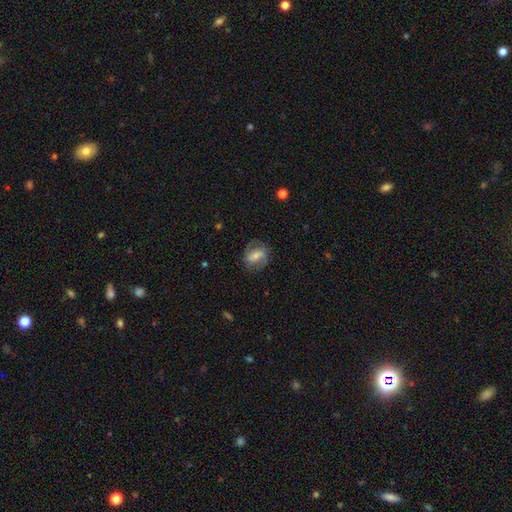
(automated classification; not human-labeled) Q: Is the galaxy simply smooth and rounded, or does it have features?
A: featured or disk — 58%.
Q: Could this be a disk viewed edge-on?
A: no — 96%.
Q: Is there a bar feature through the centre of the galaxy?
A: weak — 39%.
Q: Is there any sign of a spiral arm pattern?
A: yes — 78%.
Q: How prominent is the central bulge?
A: small — 50%.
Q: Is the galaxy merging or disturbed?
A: none — 67%.